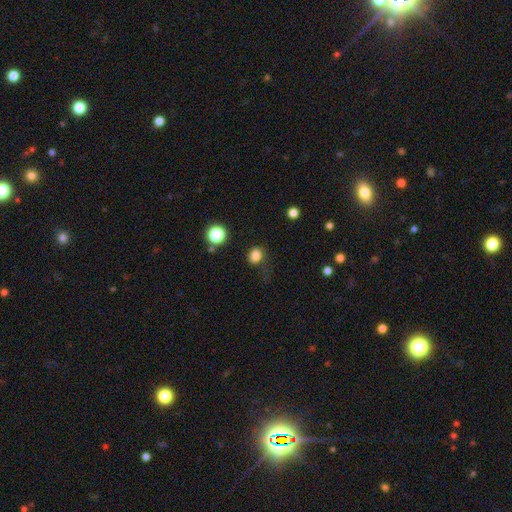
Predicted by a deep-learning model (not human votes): Smooth or featured: smooth — 83% (star or artifact — 12%)
How rounded: round — 59% (in between — 40%)
Merging: none — 64% (minor disturbance — 21%)